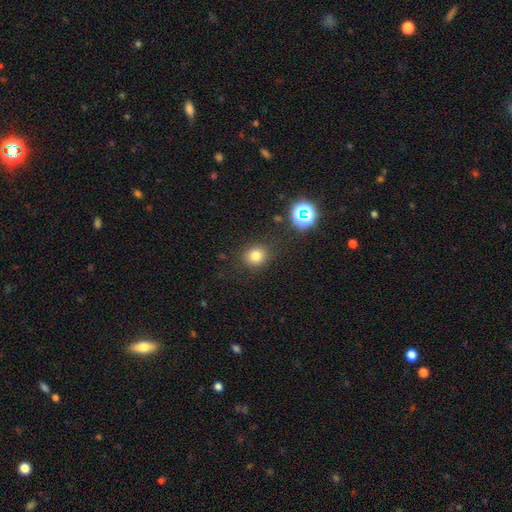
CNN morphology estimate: This appears to be a smooth galaxy with no disk features (78%) that is round (78%). Merging: none (82%).